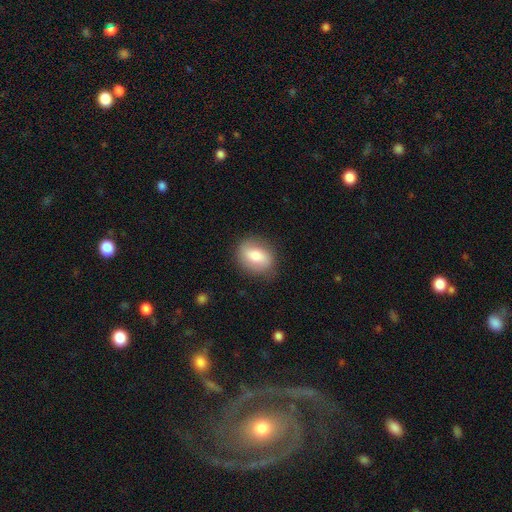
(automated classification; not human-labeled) This is likely a smooth galaxy (69%). How rounded: likely in between (66%). Merging: likely none (78%).